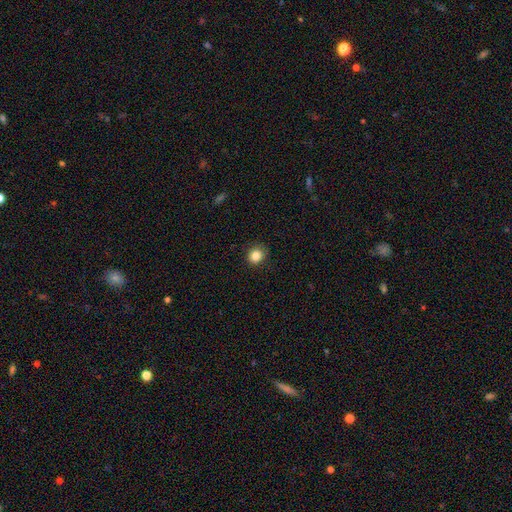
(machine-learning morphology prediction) smooth 83%, star or artifact 11%, featured or disk 5%. Down the decision tree: how rounded — round (83%); merging — none (85%).